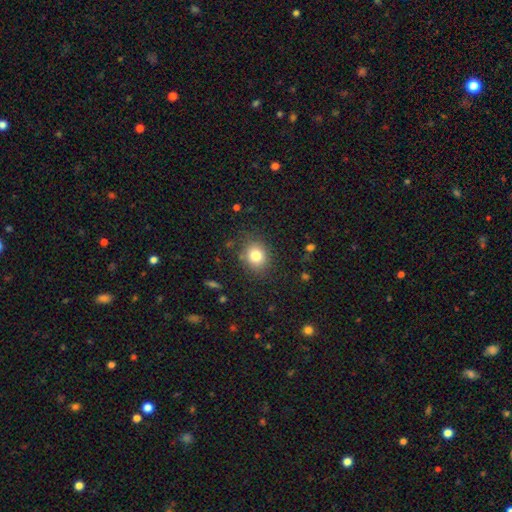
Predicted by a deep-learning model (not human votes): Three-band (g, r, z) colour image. It shows a smooth galaxy with no disk features (81%) that is round (67%). Merging: none (83%).